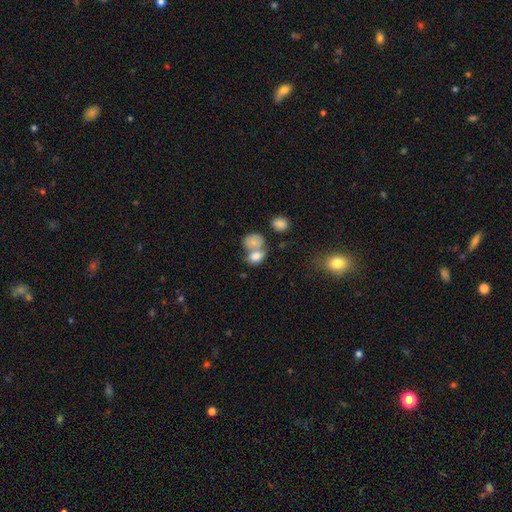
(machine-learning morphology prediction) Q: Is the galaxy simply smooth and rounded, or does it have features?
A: smooth — 78%.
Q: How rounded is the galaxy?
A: in between — 65%.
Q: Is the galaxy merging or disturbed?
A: merger — 60%.